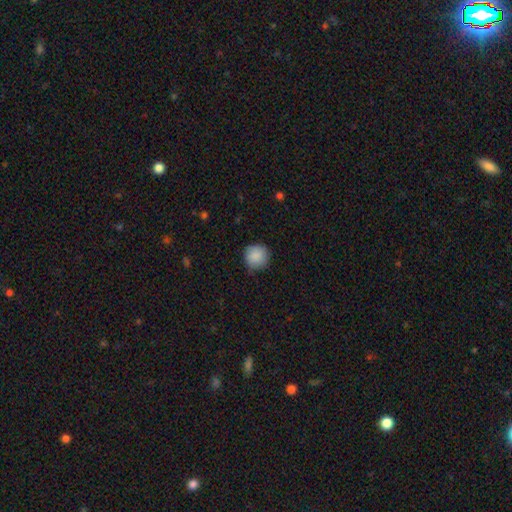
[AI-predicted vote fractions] Morphology: type=smooth (89%); roundness=round (93%); merging=none (84%).